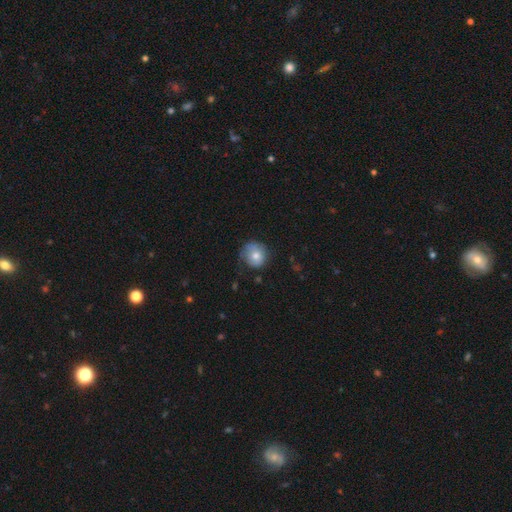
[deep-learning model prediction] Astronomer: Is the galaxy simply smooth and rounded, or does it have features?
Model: smooth — 72%.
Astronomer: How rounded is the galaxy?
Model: round — 85%.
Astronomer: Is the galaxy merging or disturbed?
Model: none — 60%.